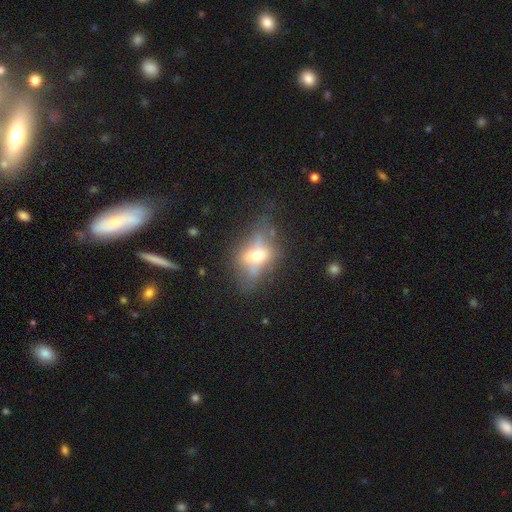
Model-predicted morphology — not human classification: Smooth or featured?
  - featured or disk: 45% *
  - smooth: 43%
  - star or artifact: 12%
Merging?
  - none: 50% *
  - minor disturbance: 24%
  - major disturbance: 22%
  - merger: 4%